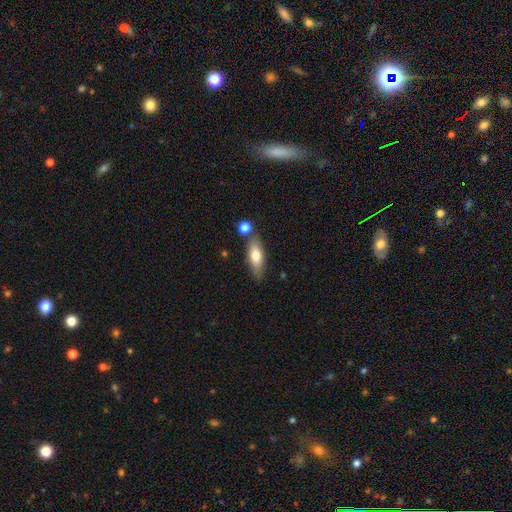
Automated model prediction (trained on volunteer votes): Smooth or featured? Predicted: smooth (p=0.70). How rounded? Predicted: in between (p=0.64). Merging? Predicted: none (p=0.73).